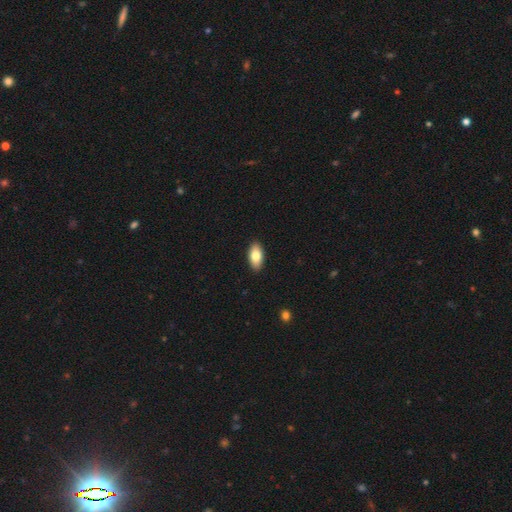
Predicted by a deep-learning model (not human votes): This appears to be a smooth galaxy with no disk features (79%) that is in between round and cigar-shaped (91%). Merging: none (91%).